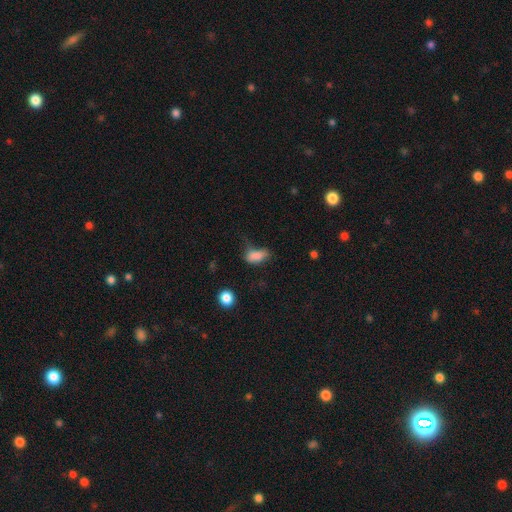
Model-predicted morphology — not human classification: This appears to be a smooth galaxy with no disk features (78%) that is in between round and cigar-shaped (86%). Merging: minor disturbance (32%).